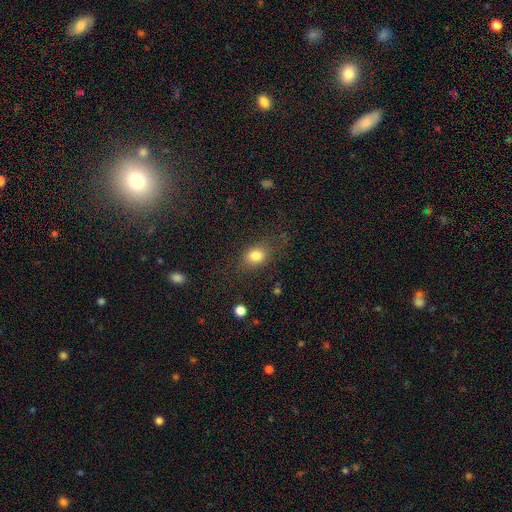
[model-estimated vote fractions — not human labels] Overall: smooth (80%). How rounded: in between (59%; round 38%). Merging: none (70%).